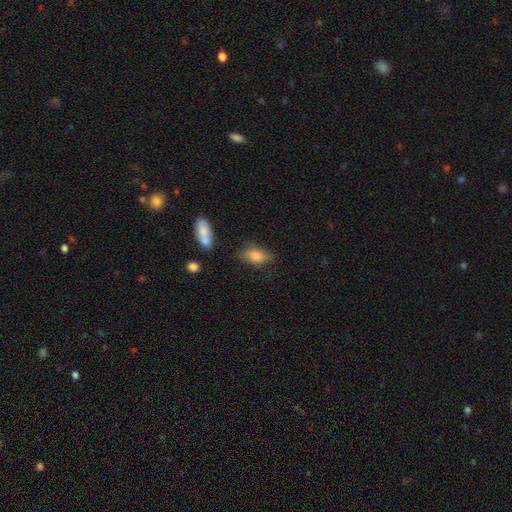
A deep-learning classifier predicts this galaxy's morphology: smooth-or-featured: smooth: 76% | featured or disk: 15% | star or artifact: 9%
  how-rounded: in between: 82% | cigar-shaped: 12% | round: 6%
  merging: none: 72% | minor disturbance: 19% | major disturbance: 5% | merger: 4%